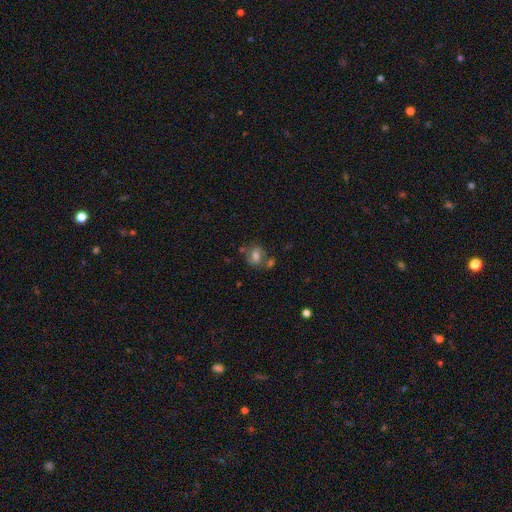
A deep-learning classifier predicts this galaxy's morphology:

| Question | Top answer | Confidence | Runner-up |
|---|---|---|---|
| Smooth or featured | smooth | 61% | featured or disk (27%) |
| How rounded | in between | 55% | round (43%) |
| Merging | none | 54% | merger (21%) |